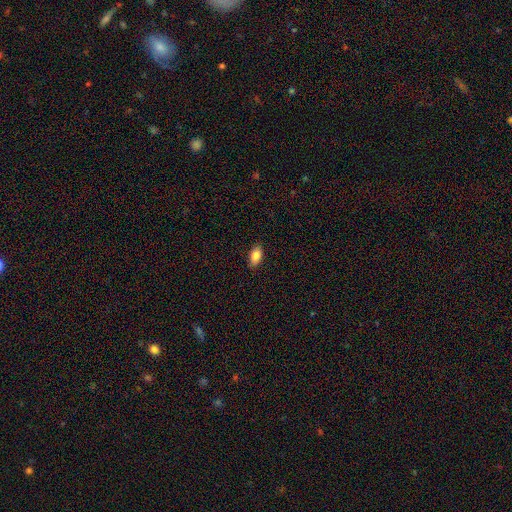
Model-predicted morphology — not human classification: Smooth or featured? smooth (84%)
How rounded? in between (91%)
Merging? none (87%)